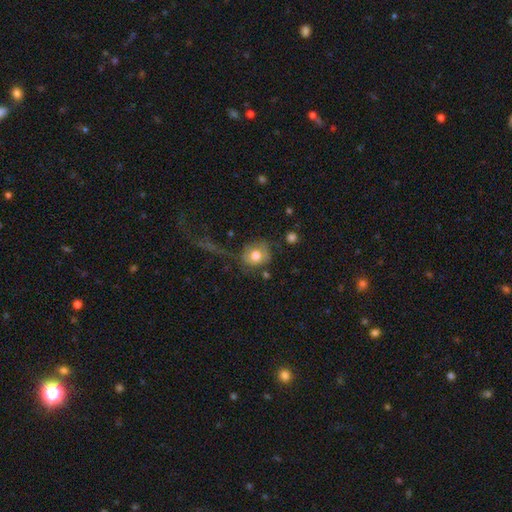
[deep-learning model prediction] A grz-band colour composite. It shows a smooth galaxy with no disk features (75%) that is round (71%). Merging: none (59%).